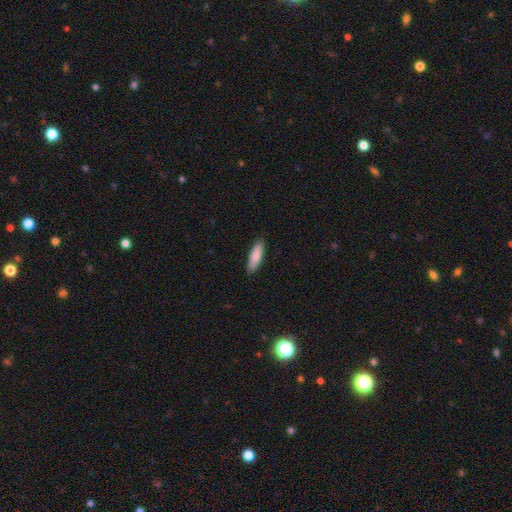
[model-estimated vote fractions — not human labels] The model was most divided on "how rounded": cigar-shaped: 64%, in between: 35%, round: 2%. More confident: merging — none (88%); smooth or featured — smooth (82%).